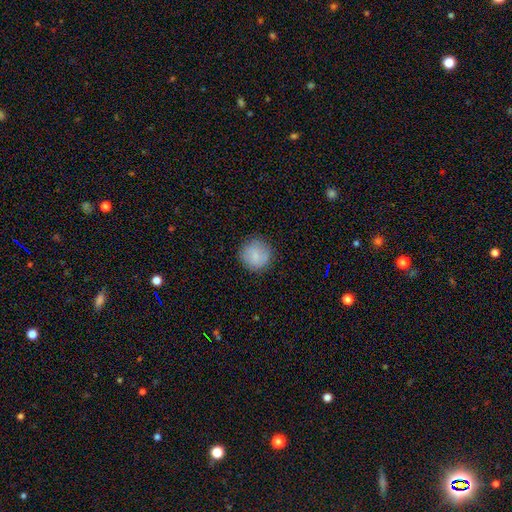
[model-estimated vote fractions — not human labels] smooth-or-featured: smooth: 84% | star or artifact: 8% | featured or disk: 8%
  how-rounded: round: 94% | in between: 5% | cigar-shaped: 1%
  merging: none: 85% | minor disturbance: 11% | major disturbance: 3% | merger: 1%